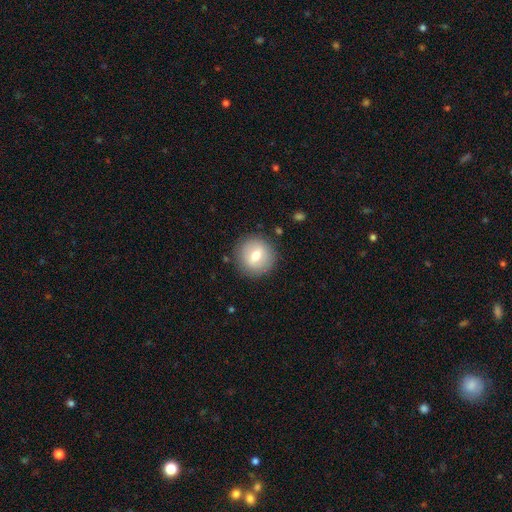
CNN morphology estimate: smooth-or-featured: smooth: 65% | featured or disk: 26% | star or artifact: 8%
  how-rounded: round: 91% | in between: 8% | cigar-shaped: 1%
  merging: none: 87% | minor disturbance: 9% | major disturbance: 3% | merger: 1%